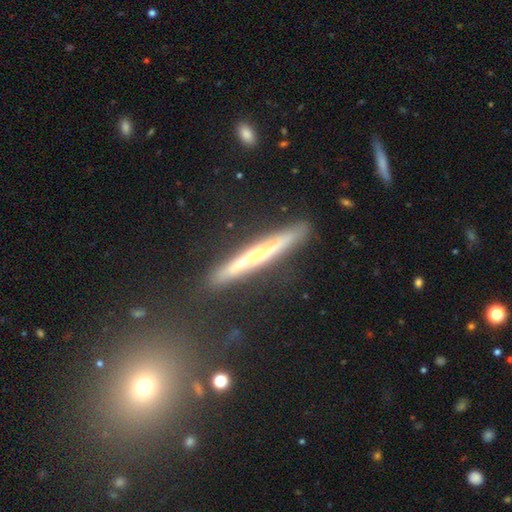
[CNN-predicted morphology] featured or disk 67%, smooth 26%, star or artifact 8%. Down the decision tree: edge-on disk — yes (94%); edge-on bulge — none (53%); merging — none (86%).